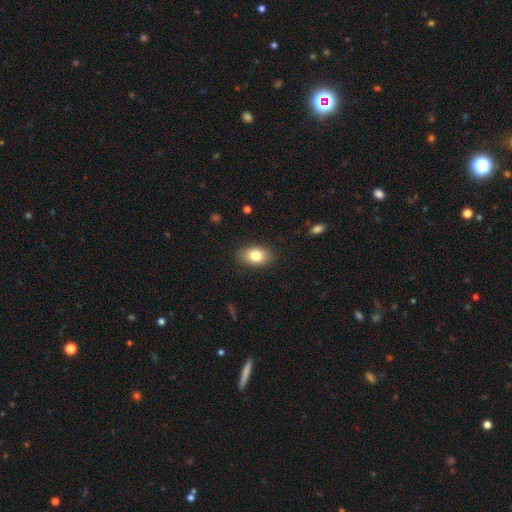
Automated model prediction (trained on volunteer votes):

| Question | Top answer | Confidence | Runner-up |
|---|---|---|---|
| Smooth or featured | smooth | 81% | featured or disk (10%) |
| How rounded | in between | 86% | round (13%) |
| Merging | none | 86% | minor disturbance (10%) |